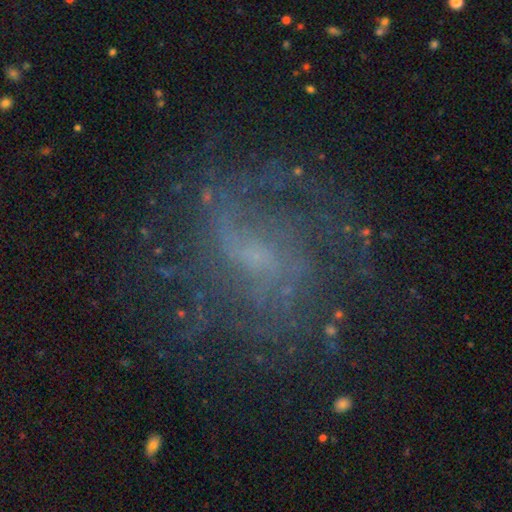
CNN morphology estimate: smooth-or-featured: featured or disk: 73% | star or artifact: 17% | smooth: 10%
  disk-edge-on: no: 97% | yes: 3%
    bar: weak: 50% | no: 37% | strong: 13%
    has-spiral-arms: yes: 88% | no: 12%
      spiral-winding: medium: 40% | loose: 34% | tight: 25%
      spiral-arm-count: can't tell: 38% | 2: 31% | 3: 10% | 1: 8% | 4: 6% | more than 4: 6%
    bulge-size: small: 59% | none: 19% | moderate: 18% | large: 2% | dominant: 1%
  merging: none: 67% | minor disturbance: 16% | major disturbance: 15% | merger: 2%